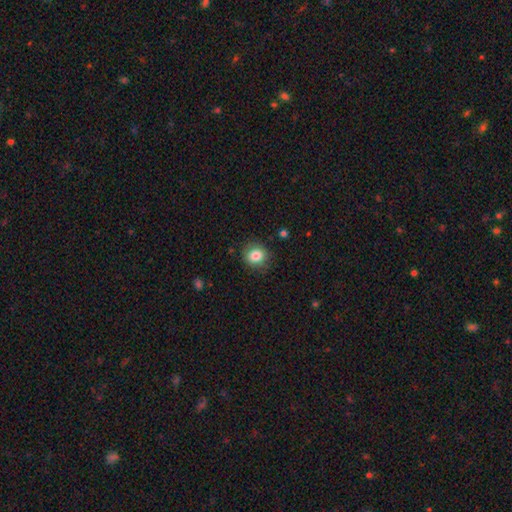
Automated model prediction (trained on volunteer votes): The model was most divided on "how rounded": round: 75%, in between: 24%, cigar-shaped: 1%. More confident: merging — none (84%); smooth or featured — smooth (83%).